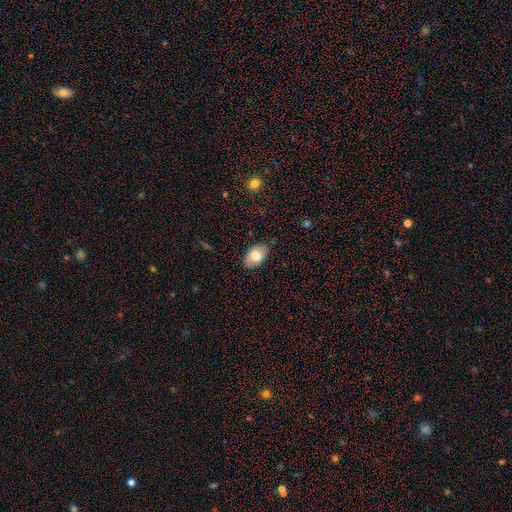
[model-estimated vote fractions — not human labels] Smooth or featured: smooth — 74% (featured or disk — 20%)
How rounded: in between — 92% (round — 7%)
Merging: none — 82% (minor disturbance — 14%)